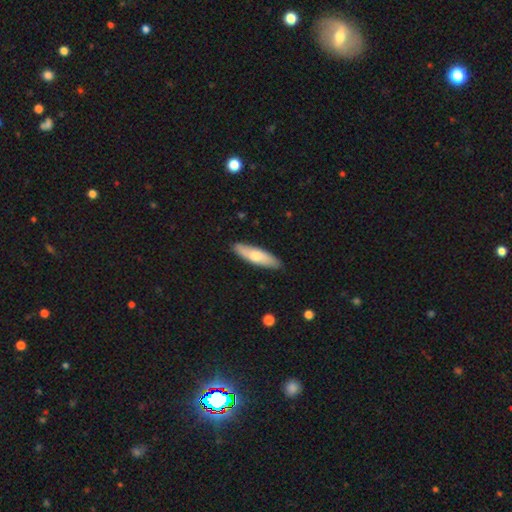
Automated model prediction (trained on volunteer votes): A smooth galaxy with no disk features (65%) that is cigar-shaped (63%). Merging: none (88%).